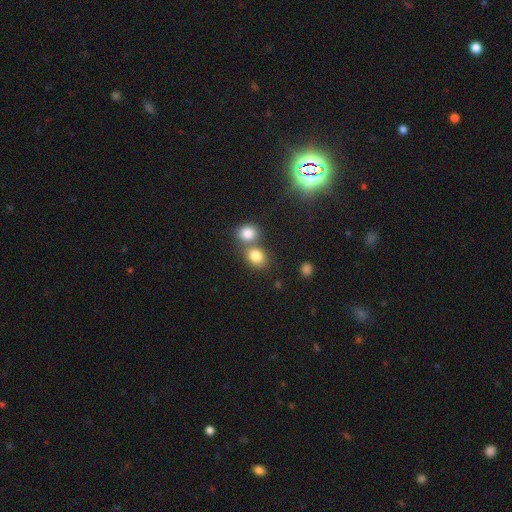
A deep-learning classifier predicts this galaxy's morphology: Smooth or featured?
  - smooth: 80% *
  - star or artifact: 12%
  - featured or disk: 8%
How rounded?
  - round: 61% *
  - in between: 38%
  - cigar-shaped: 1%
Merging?
  - none: 47% *
  - merger: 42%
  - minor disturbance: 8%
  - major disturbance: 3%